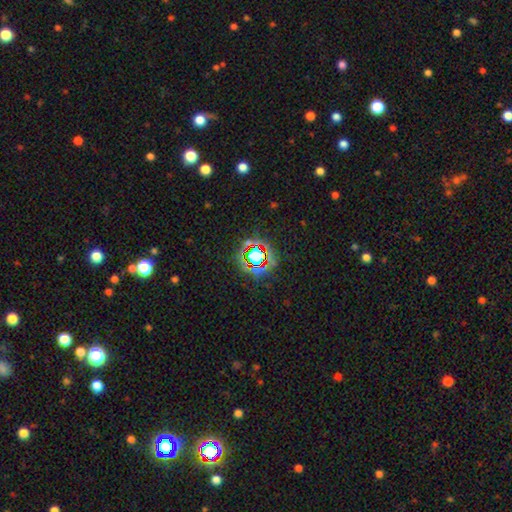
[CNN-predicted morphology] type=star or artifact (70%).